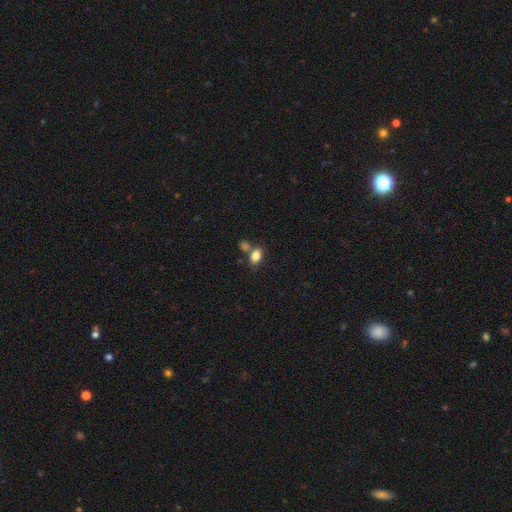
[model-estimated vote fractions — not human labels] smooth-or-featured: smooth: 82% | star or artifact: 9% | featured or disk: 9%
  how-rounded: in between: 86% | round: 12% | cigar-shaped: 3%
  merging: none: 53% | merger: 30% | minor disturbance: 13% | major disturbance: 4%